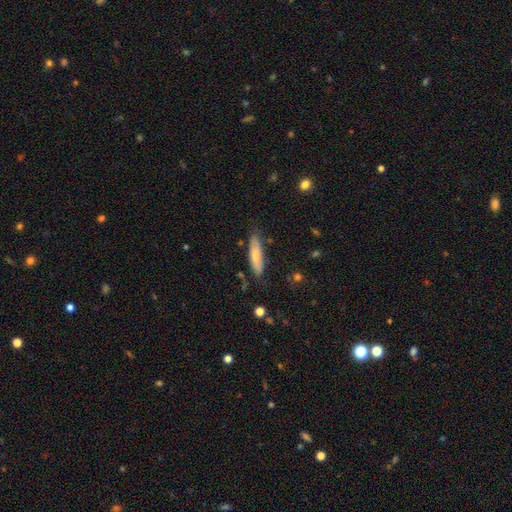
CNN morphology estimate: smooth 74%, featured or disk 20%, star or artifact 6%. Down the decision tree: how rounded — cigar-shaped (64%); merging — none (77%).